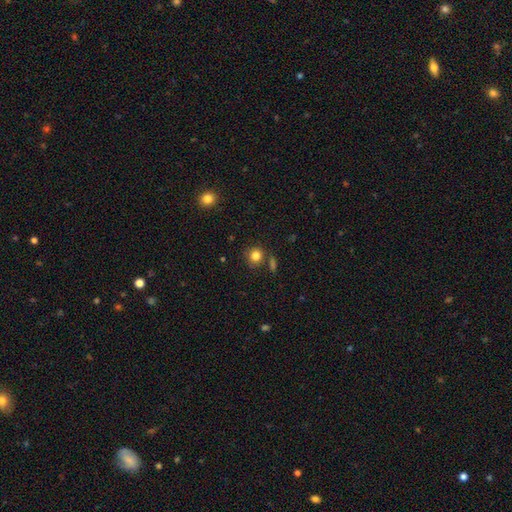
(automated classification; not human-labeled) The model was most divided on "merging": none: 78%, minor disturbance: 11%, merger: 8%, major disturbance: 3%. More confident: how rounded — round (85%); smooth or featured — smooth (82%).